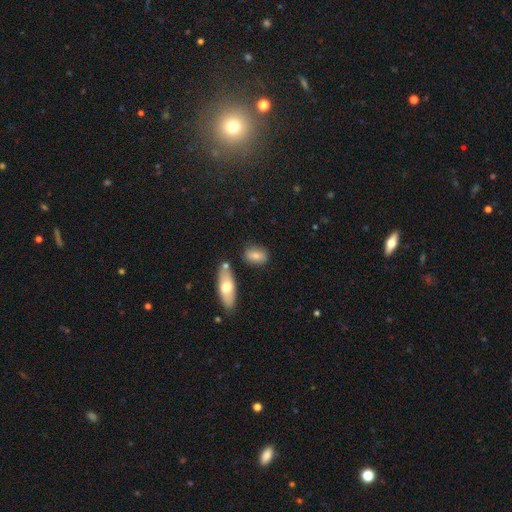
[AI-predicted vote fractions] Smooth or featured? Predicted: smooth (p=0.75). How rounded? Predicted: in between (p=0.80). Merging? Predicted: none (p=0.75).